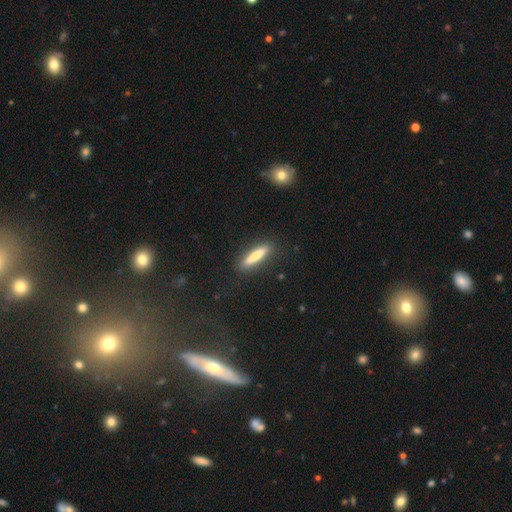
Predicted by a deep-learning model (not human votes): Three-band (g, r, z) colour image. It shows a smooth galaxy with no disk features (71%) that is cigar-shaped (86%). Merging: none (88%).